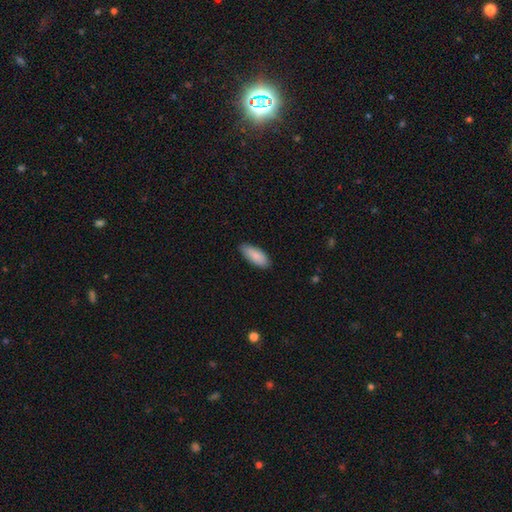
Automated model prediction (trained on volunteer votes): smooth 88%, featured or disk 7%, star or artifact 6%. Down the decision tree: how rounded — in between (80%); merging — none (85%).